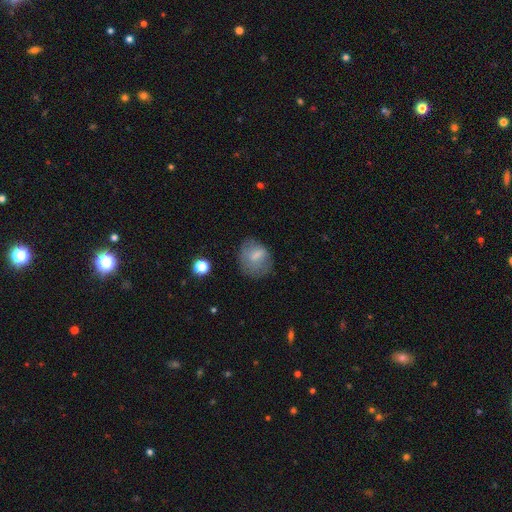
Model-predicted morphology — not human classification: The model was most divided on "how rounded": round: 52%, in between: 46%, cigar-shaped: 2%. More confident: smooth or featured — smooth (65%); merging — none (60%).